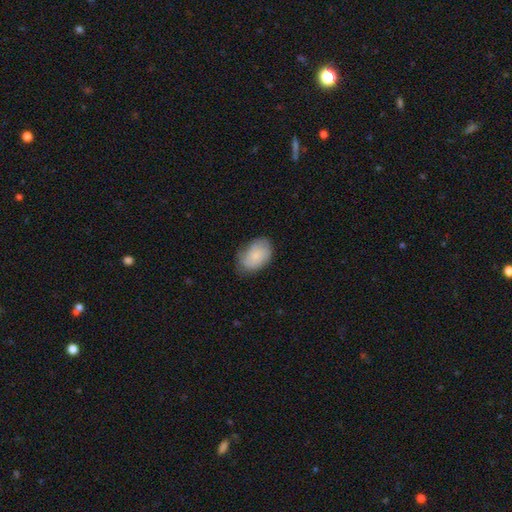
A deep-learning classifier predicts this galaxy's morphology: Overall: smooth (76%). How rounded: in between (85%). Merging: none (60%; minor disturbance 31%).